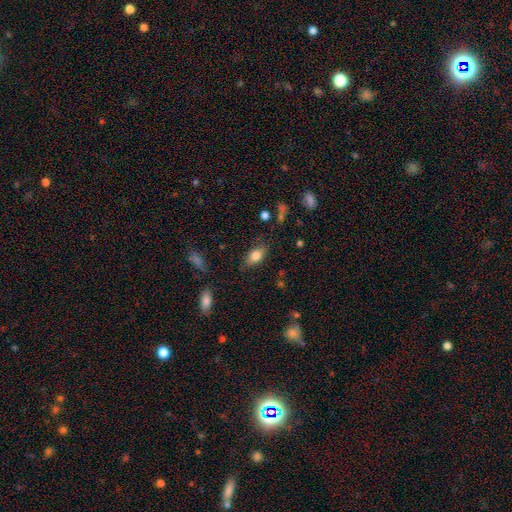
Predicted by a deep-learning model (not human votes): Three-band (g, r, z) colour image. It shows a smooth galaxy with no disk features (80%) that is in between round and cigar-shaped (87%). Merging: none (78%).